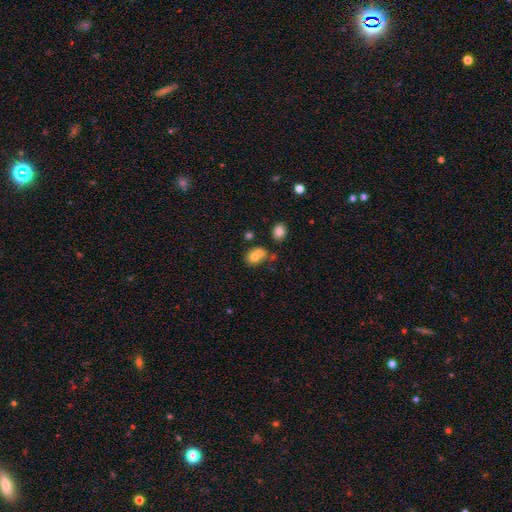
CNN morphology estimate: type=smooth (72%); roundness=round (60%); merging=merger (55%).